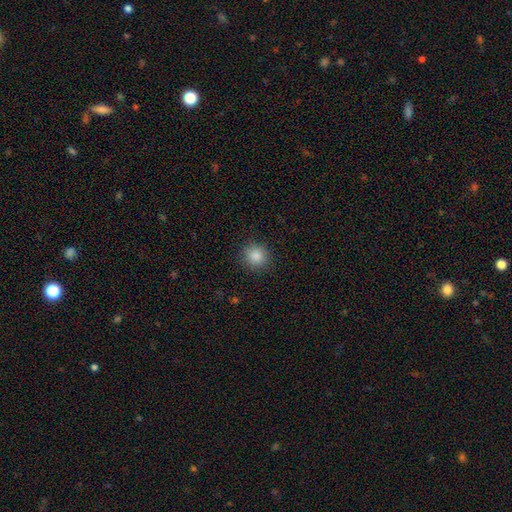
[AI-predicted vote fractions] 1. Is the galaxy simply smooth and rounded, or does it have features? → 86% smooth, 10% star or artifact, 4% featured or disk.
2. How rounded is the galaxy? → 92% round, 7% in between, 1% cigar-shaped.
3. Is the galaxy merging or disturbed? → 91% none, 6% minor disturbance, 2% major disturbance, 1% merger.